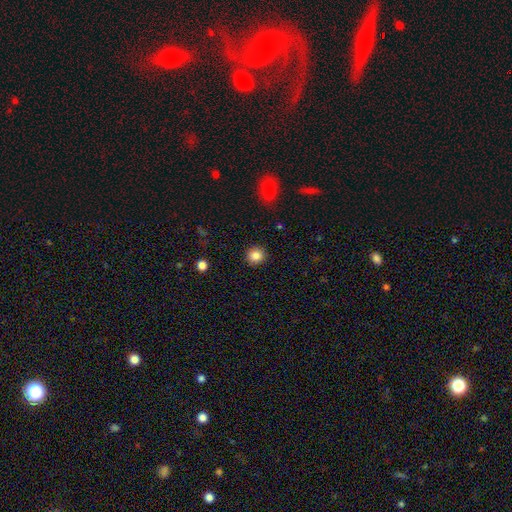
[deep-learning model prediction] This is clearly a smooth galaxy (85%). How rounded: clearly round (93%). Merging: clearly none (92%).